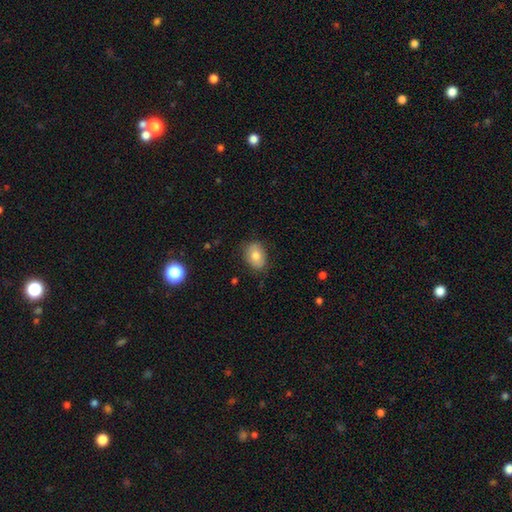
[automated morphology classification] This is likely a smooth galaxy (78%). How rounded: likely in between (76%). Merging: likely none (80%).